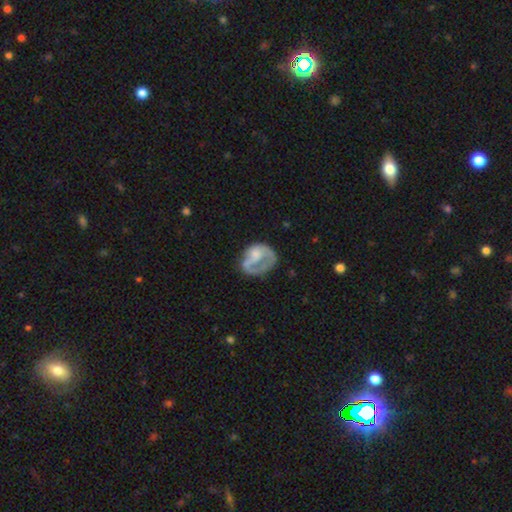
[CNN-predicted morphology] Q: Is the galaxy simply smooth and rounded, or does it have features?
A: featured or disk — 53%.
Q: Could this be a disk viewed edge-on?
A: no — 97%.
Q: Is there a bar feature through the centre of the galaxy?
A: no — 76%.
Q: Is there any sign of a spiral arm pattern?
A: no — 51%.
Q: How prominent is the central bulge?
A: none — 32%.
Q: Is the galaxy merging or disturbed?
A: major disturbance — 38%.